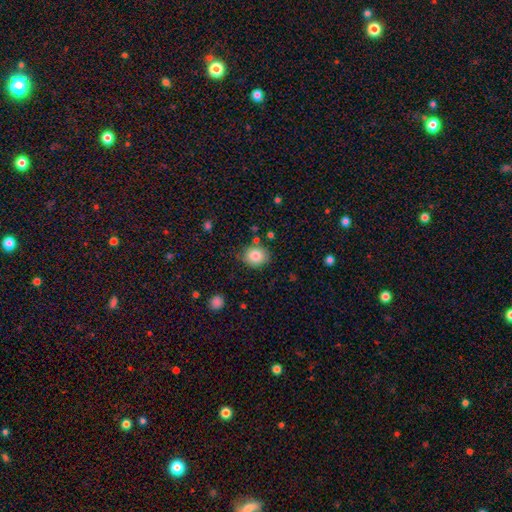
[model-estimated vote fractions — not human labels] This is clearly a smooth galaxy (84%). How rounded: likely round (71%). Merging: clearly none (82%).